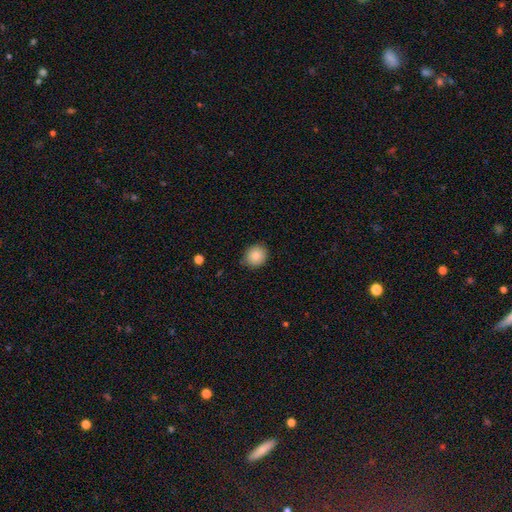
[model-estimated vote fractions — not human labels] A smooth galaxy with no disk features (85%) that is round (83%). Merging: none (85%).